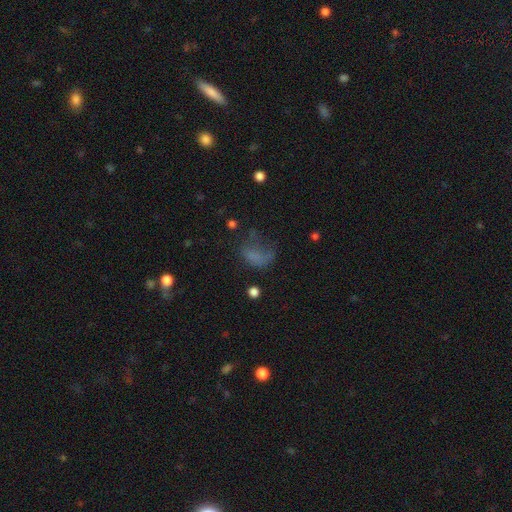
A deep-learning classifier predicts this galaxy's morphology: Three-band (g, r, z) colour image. It shows a smooth galaxy with no disk features (54%) that is in between round and cigar-shaped (76%). Merging: major disturbance (45%).